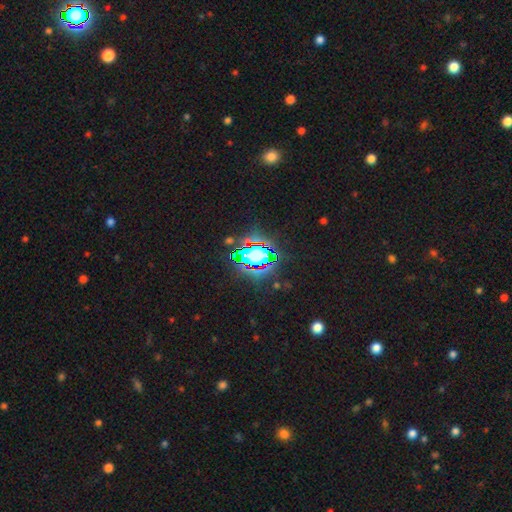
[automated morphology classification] Smooth or featured: star or artifact — 66% (smooth — 21%)